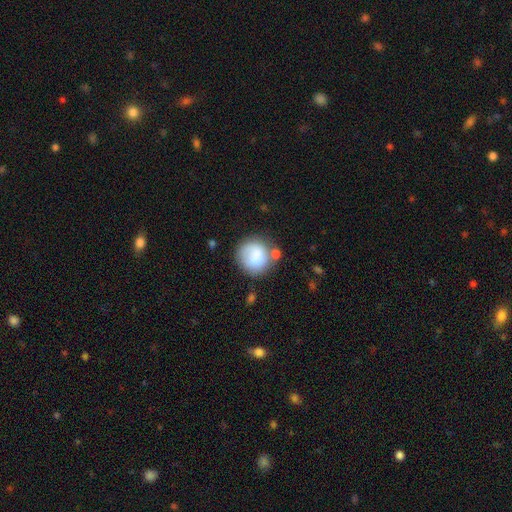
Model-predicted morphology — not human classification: A smooth galaxy with no disk features (75%) that is round (90%).

Vote fractions:
- Smooth or featured? smooth: 75% / featured or disk: 18% / star or artifact: 7%
- How rounded? round: 90% / in between: 9% / cigar-shaped: 1%
- Merging? none: 58% / minor disturbance: 19% / merger: 13% / major disturbance: 9%